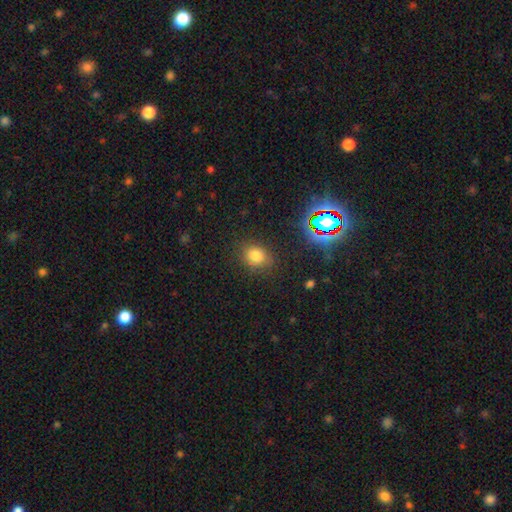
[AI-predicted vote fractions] This is likely a smooth galaxy (74%). How rounded: possibly round (51%). Merging: clearly none (80%).